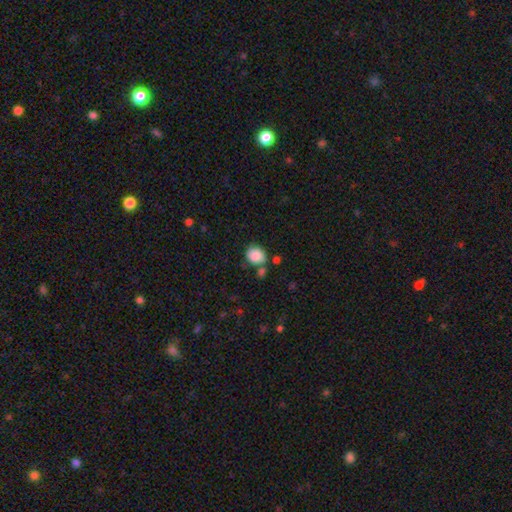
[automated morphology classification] The model was most divided on "how rounded": round: 66%, in between: 33%, cigar-shaped: 1%. More confident: smooth or featured — smooth (86%); merging — none (63%).